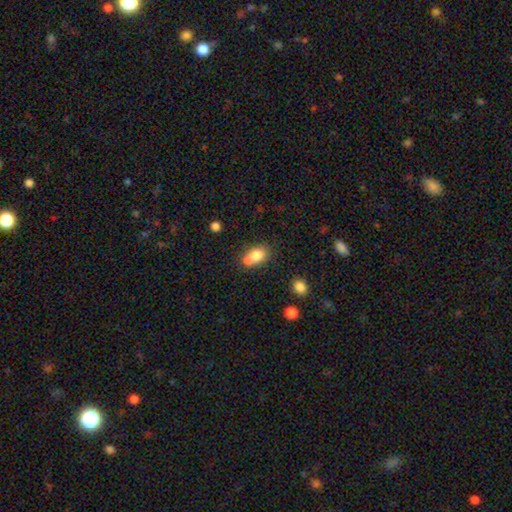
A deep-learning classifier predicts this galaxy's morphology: Q: Smooth or featured?
A: smooth (77%); runner-up: featured or disk (13%)
Q: How rounded?
A: in between (61%); runner-up: round (38%)
Q: Merging?
A: merger (50%); runner-up: none (37%)